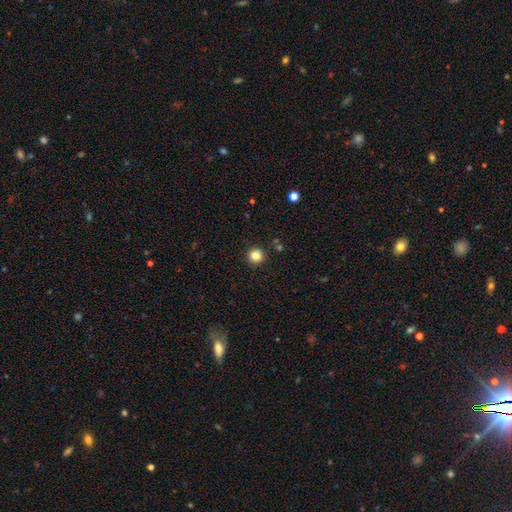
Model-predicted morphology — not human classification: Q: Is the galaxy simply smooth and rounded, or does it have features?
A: smooth — 83%.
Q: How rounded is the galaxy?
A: round — 95%.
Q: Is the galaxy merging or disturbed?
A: none — 92%.